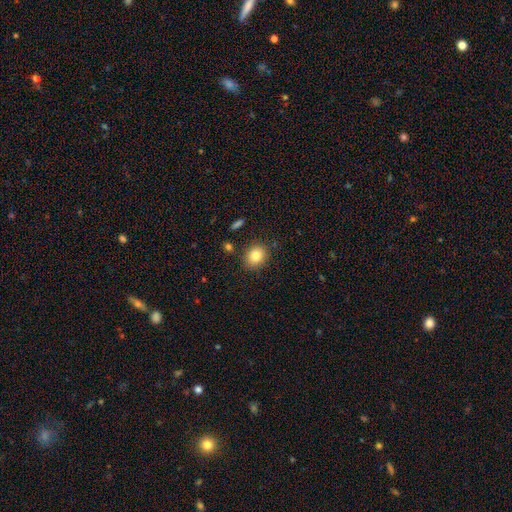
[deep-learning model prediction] Smooth or featured? smooth (82%)
How rounded? round (60%)
Merging? none (85%)